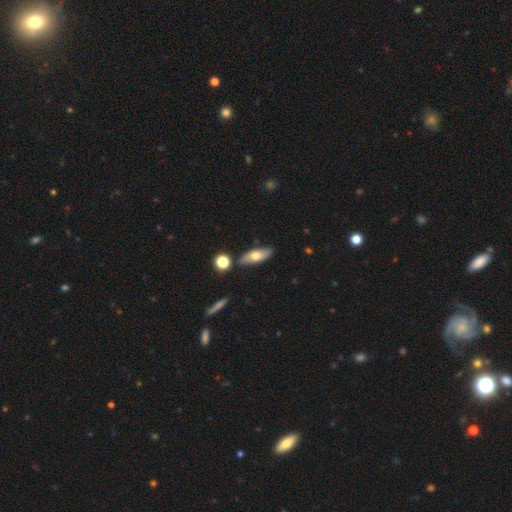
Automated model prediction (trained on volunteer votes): Q: Smooth or featured?
A: smooth (65%); runner-up: featured or disk (28%)
Q: How rounded?
A: in between (72%); runner-up: cigar-shaped (25%)
Q: Merging?
A: none (82%); runner-up: minor disturbance (11%)